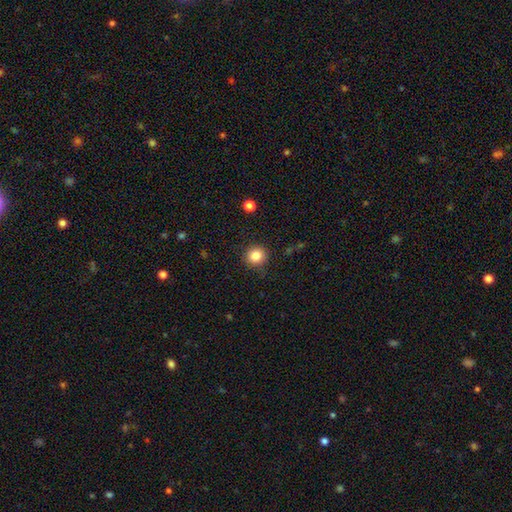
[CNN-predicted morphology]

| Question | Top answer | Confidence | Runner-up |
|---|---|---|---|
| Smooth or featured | smooth | 85% | star or artifact (11%) |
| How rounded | round | 91% | in between (8%) |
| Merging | none | 89% | minor disturbance (7%) |